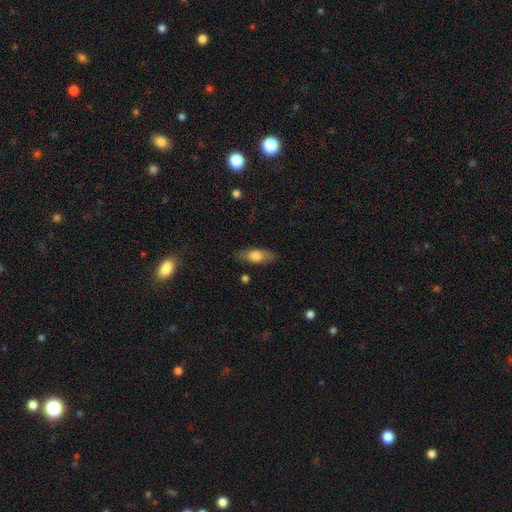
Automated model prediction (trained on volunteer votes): A smooth galaxy with no disk features (68%) that is in between round and cigar-shaped (69%).

Vote fractions:
- Smooth or featured? smooth: 68% / featured or disk: 25% / star or artifact: 7%
- How rounded? in between: 69% / cigar-shaped: 27% / round: 4%
- Merging? none: 82% / minor disturbance: 14% / major disturbance: 3% / merger: 1%